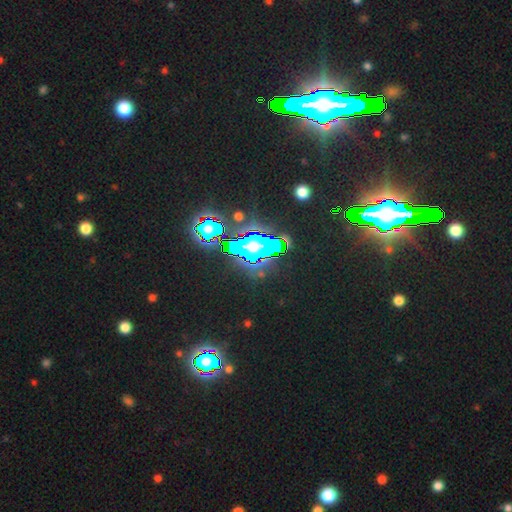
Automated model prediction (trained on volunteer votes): Smooth or featured? star or artifact (76%)